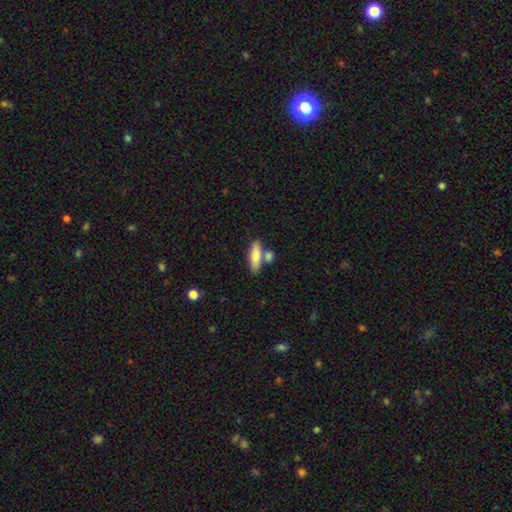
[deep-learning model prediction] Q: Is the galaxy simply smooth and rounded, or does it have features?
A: smooth — 74%.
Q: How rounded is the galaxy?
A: cigar-shaped — 53%.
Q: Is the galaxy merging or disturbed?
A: none — 61%.